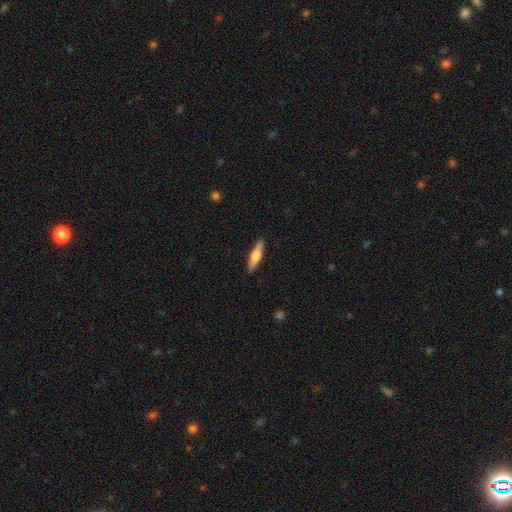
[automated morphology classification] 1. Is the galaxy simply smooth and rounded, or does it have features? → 54% smooth, 40% featured or disk, 5% star or artifact.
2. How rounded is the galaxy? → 73% cigar-shaped, 25% in between, 2% round.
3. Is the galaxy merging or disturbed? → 90% none, 7% minor disturbance, 2% major disturbance, 1% merger.